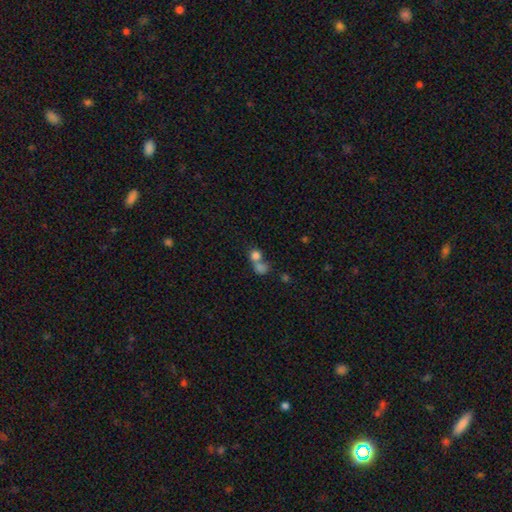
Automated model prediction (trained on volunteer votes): smooth_or_featured: smooth (p=0.78) [alt: star or artifact p=0.12]
how_rounded: round (p=0.75) [alt: in between p=0.23]
merging: merger (p=0.57) [alt: none p=0.32]